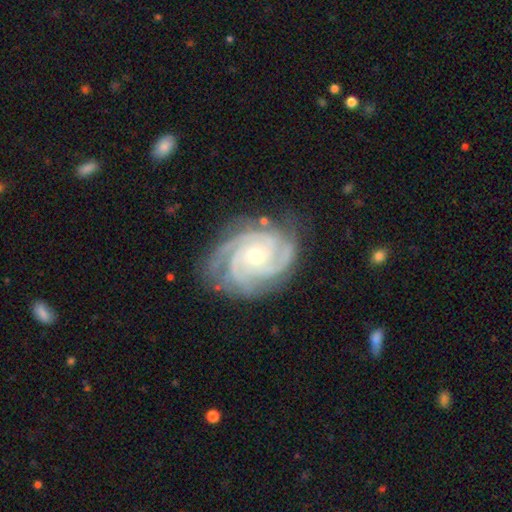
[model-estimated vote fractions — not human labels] featured or disk 92%, star or artifact 4%, smooth 4%. Down the decision tree: edge-on disk — no (98%); bar — no (73%); spiral arms — yes (98%); spiral arm count — 3 (40%); spiral winding — tight (71%); bulge size — small (65%); merging — none (76%).